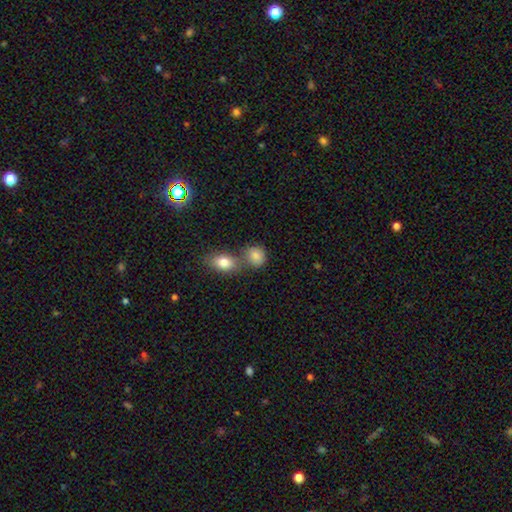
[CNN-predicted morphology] Q: Smooth or featured?
A: smooth (83%); runner-up: star or artifact (10%)
Q: How rounded?
A: round (65%); runner-up: in between (34%)
Q: Merging?
A: none (49%); runner-up: merger (36%)